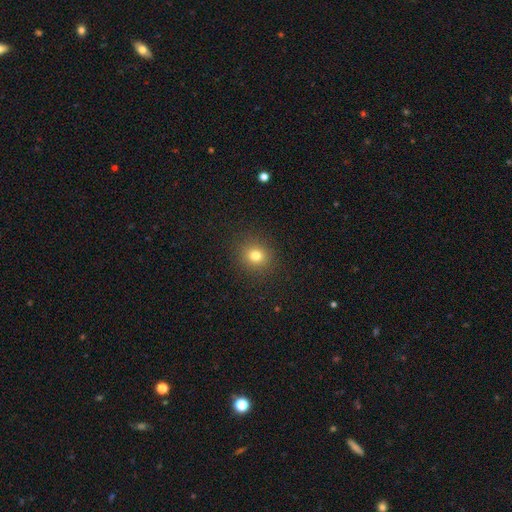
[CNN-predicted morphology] Smooth or featured?
  - smooth: 78% *
  - star or artifact: 15%
  - featured or disk: 8%
How rounded?
  - round: 83% *
  - in between: 16%
  - cigar-shaped: 1%
Merging?
  - none: 90% *
  - minor disturbance: 7%
  - major disturbance: 3%
  - merger: 1%